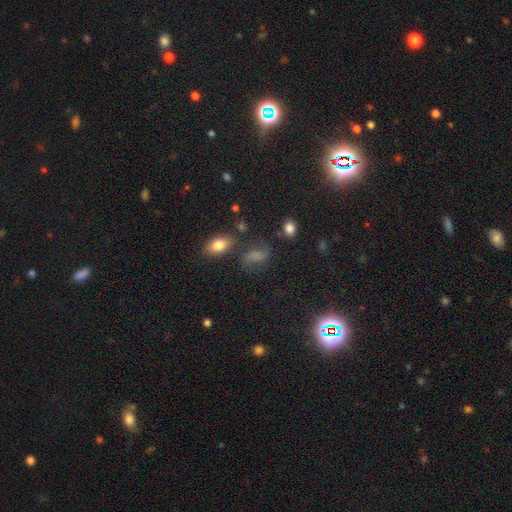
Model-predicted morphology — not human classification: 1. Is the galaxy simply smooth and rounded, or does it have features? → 38% smooth, 37% star or artifact, 25% featured or disk.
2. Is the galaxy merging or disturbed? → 66% none, 18% minor disturbance, 9% major disturbance, 7% merger.